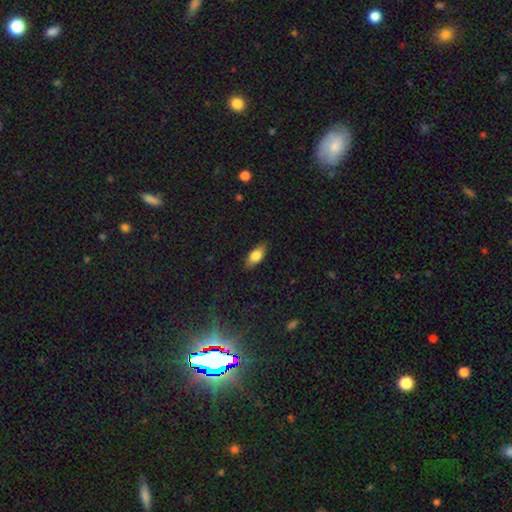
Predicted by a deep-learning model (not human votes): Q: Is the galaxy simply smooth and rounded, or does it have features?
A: smooth — 73%.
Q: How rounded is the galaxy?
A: in between — 81%.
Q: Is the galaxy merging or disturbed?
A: none — 86%.